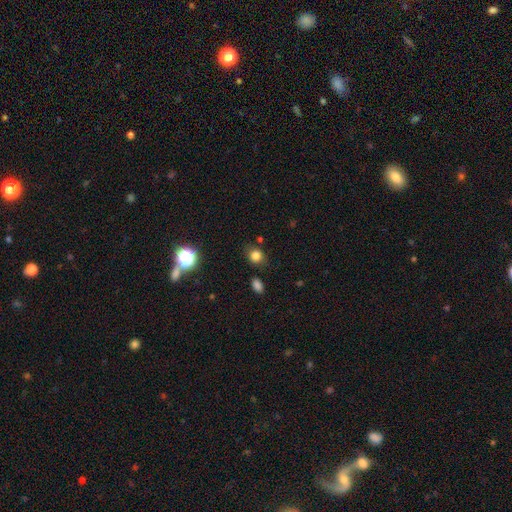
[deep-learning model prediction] This appears to be a smooth galaxy with no disk features (79%) that is round (68%). Merging: none (79%).